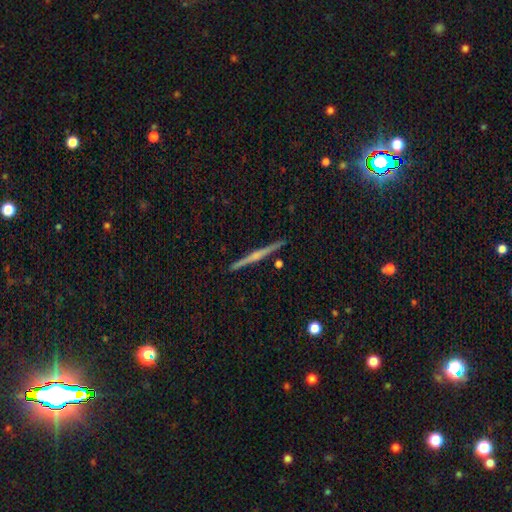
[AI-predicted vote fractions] Smooth or featured? featured or disk (76%)
Edge-on disk? yes (98%)
Edge-on bulge? rounded (69%)
Merging? none (92%)